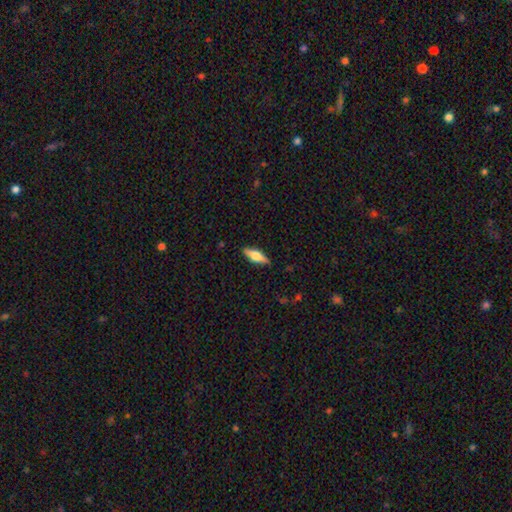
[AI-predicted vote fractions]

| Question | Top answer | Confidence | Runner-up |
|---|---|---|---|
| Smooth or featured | smooth | 47% | tied: featured or disk (47%) |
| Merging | none | 88% | minor disturbance (9%) |